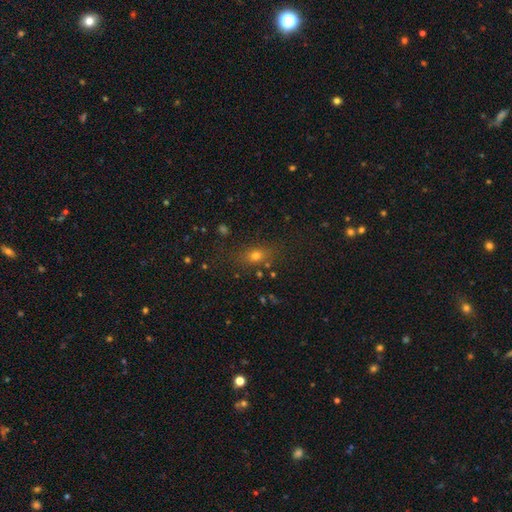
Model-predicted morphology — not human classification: smooth 67%, star or artifact 21%, featured or disk 12%. Down the decision tree: how rounded — in between (56%); merging — none (79%).